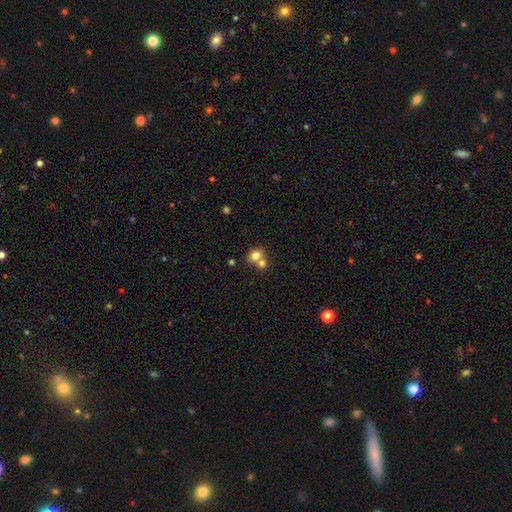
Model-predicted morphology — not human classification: Smooth or featured? smooth (78%)
How rounded? round (61%)
Merging? merger (52%)